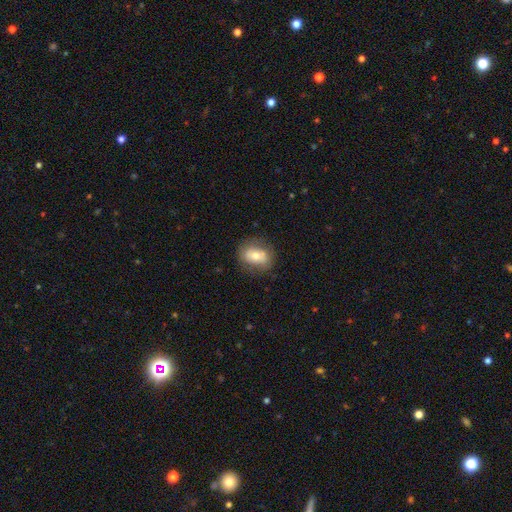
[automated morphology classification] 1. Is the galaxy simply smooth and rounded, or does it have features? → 65% smooth, 26% featured or disk, 8% star or artifact.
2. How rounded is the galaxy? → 66% in between, 32% round, 2% cigar-shaped.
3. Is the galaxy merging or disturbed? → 77% none, 15% minor disturbance, 5% major disturbance, 4% merger.